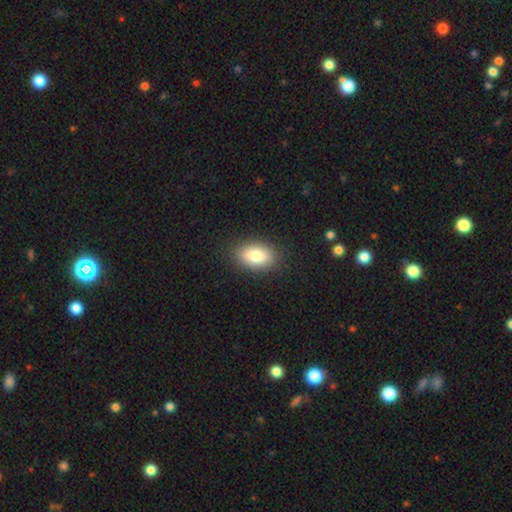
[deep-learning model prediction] Q: Smooth or featured?
A: smooth (82%); runner-up: featured or disk (10%)
Q: How rounded?
A: in between (89%); runner-up: round (9%)
Q: Merging?
A: none (88%); runner-up: minor disturbance (9%)